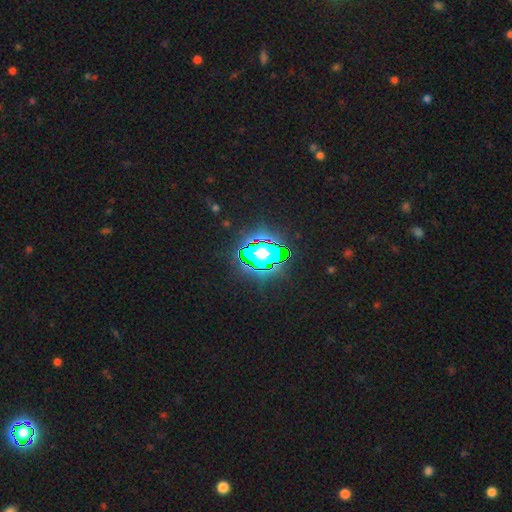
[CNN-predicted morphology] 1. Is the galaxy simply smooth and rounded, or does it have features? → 72% star or artifact, 16% smooth, 12% featured or disk.